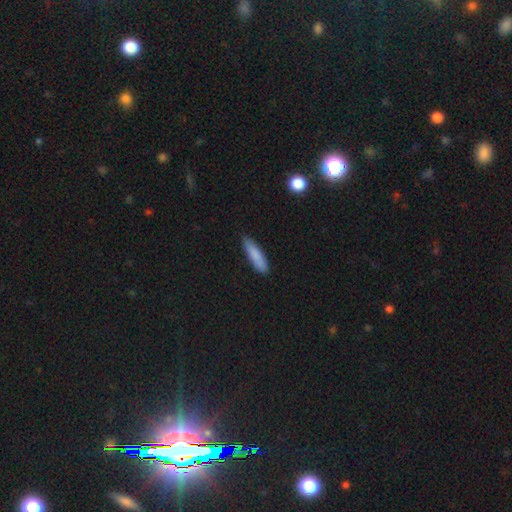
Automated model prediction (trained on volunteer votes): This is clearly a smooth galaxy (83%). How rounded: likely cigar-shaped (71%). Merging: clearly none (83%).